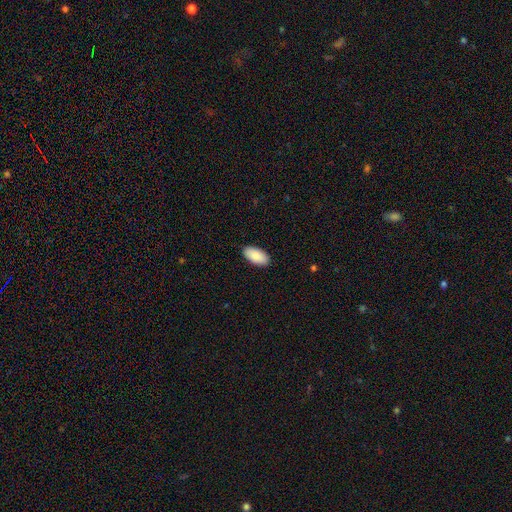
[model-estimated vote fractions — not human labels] smooth 90%, star or artifact 6%, featured or disk 4%. Down the decision tree: how rounded — in between (95%); merging — none (89%).